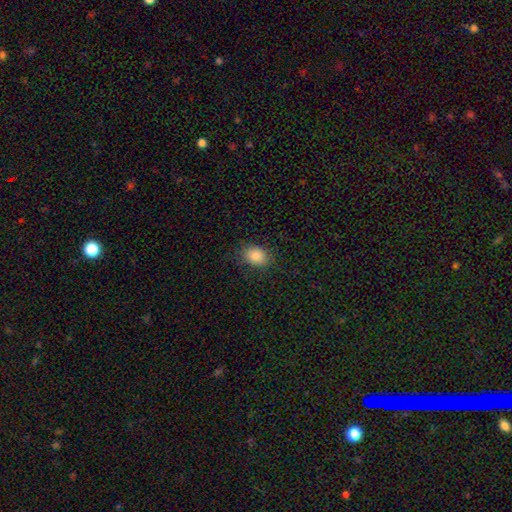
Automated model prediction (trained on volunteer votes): smooth_or_featured: smooth (p=0.87) [alt: star or artifact p=0.09]
how_rounded: in between (p=0.71) [alt: round p=0.28]
merging: none (p=0.84) [alt: minor disturbance p=0.12]